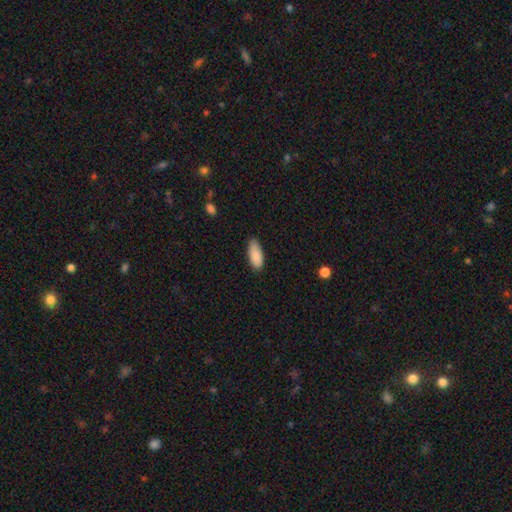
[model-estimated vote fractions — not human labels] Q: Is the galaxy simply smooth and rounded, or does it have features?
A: smooth — 89%.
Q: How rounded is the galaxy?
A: in between — 82%.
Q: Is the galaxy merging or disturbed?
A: none — 82%.